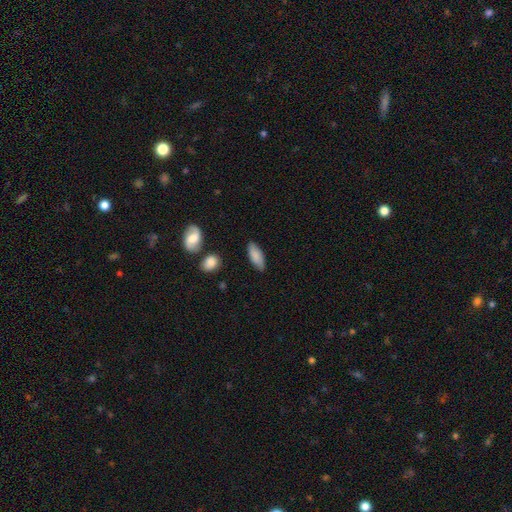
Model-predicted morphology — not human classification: Smooth or featured? Predicted: smooth (p=0.83). How rounded? Predicted: in between (p=0.75). Merging? Predicted: none (p=0.82).